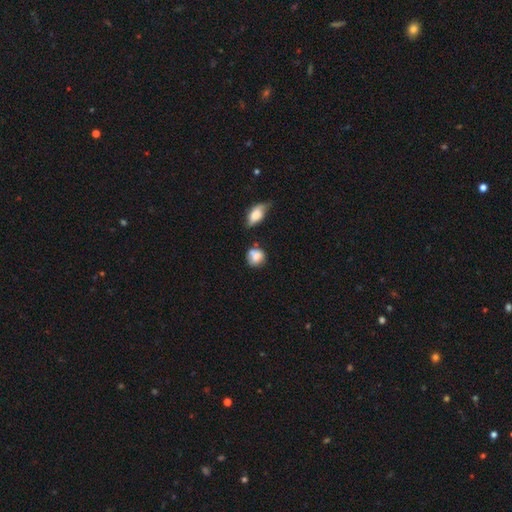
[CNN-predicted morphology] A smooth galaxy with no disk features (78%) that is round (70%). Merging: none (51%).